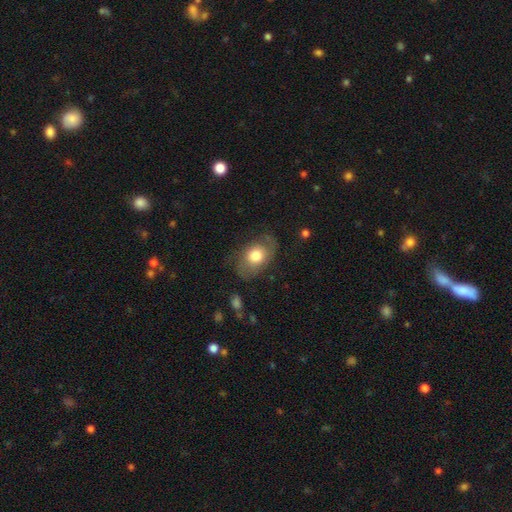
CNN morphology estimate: type=smooth (61%); roundness=in between (78%); merging=none (63%).